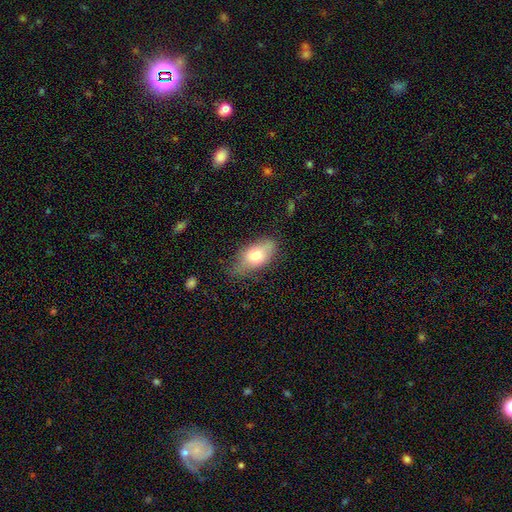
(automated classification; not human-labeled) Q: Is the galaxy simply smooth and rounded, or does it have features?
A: smooth — 71%.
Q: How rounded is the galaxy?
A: in between — 88%.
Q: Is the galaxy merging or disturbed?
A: none — 61%.